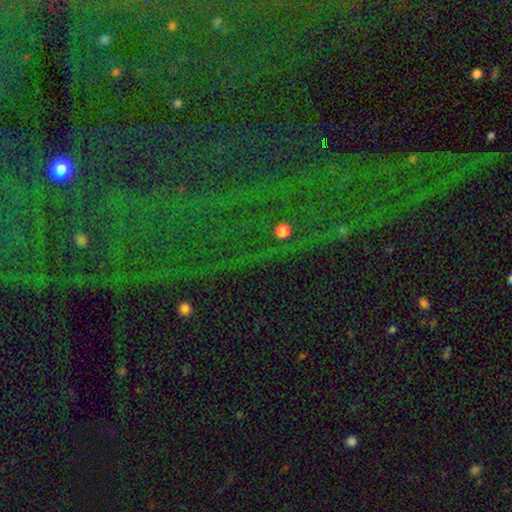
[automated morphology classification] Smooth or featured? Predicted: star or artifact (p=0.81).